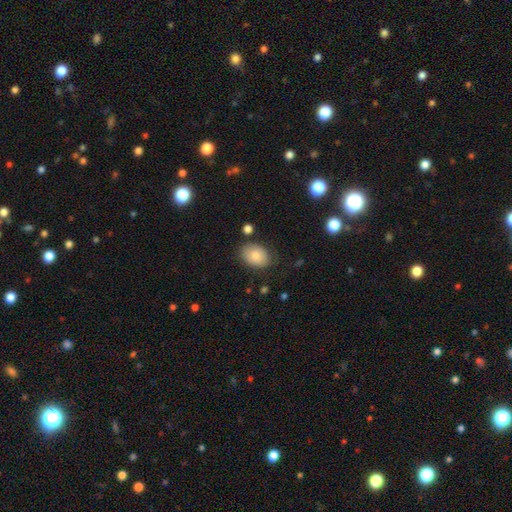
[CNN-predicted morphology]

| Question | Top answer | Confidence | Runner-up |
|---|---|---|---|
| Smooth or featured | smooth | 83% | featured or disk (9%) |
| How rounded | in between | 77% | round (22%) |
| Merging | none | 77% | minor disturbance (16%) |